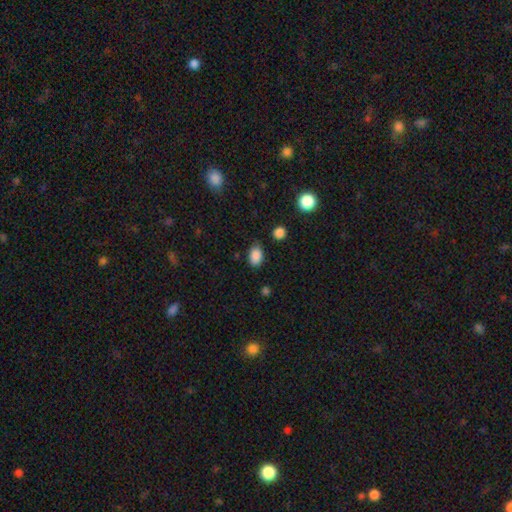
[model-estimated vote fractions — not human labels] A smooth galaxy with no disk features (87%) that is in between round and cigar-shaped (84%). Merging: none (78%).